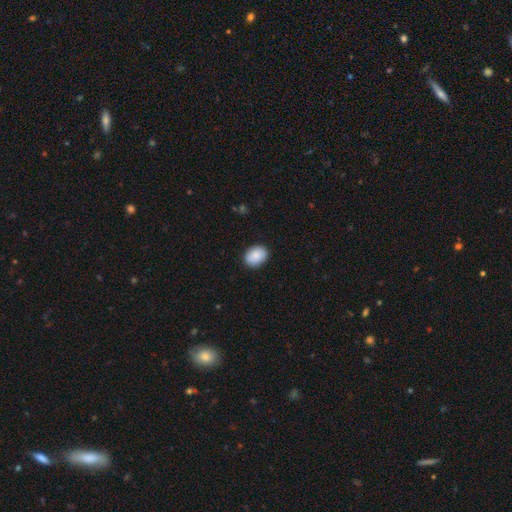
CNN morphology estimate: A smooth galaxy with no disk features (89%) that is in between round and cigar-shaped (70%). Merging: none (88%).